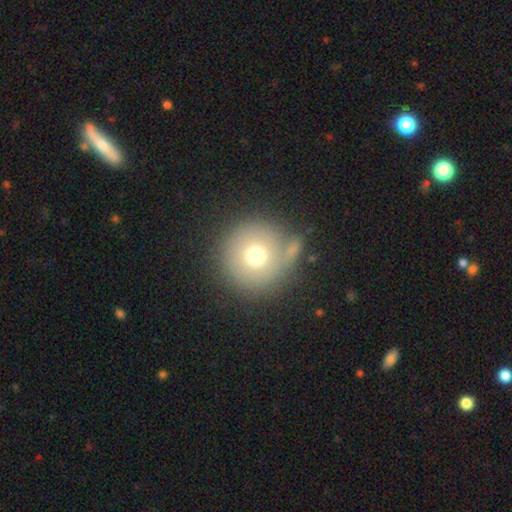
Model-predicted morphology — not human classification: A smooth galaxy with no disk features (70%) that is round (96%).

Vote fractions:
- Smooth or featured? smooth: 70% / featured or disk: 16% / star or artifact: 14%
- How rounded? round: 96% / in between: 3% / cigar-shaped: 1%
- Merging? none: 70% / merger: 12% / minor disturbance: 11% / major disturbance: 6%